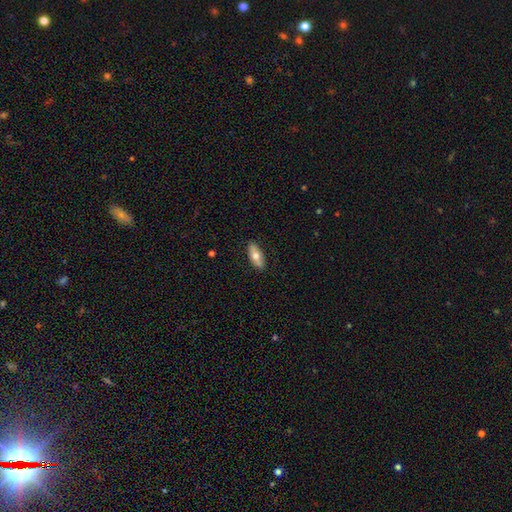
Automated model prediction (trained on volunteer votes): A smooth galaxy with no disk features (64%) that is in between round and cigar-shaped (78%). Merging: none (89%).